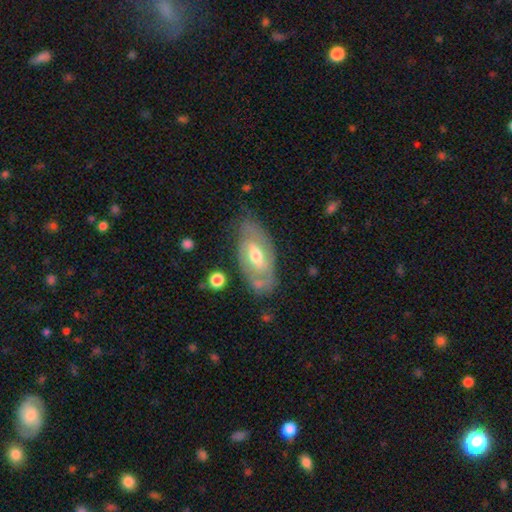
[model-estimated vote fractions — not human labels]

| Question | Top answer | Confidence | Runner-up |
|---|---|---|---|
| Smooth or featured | featured or disk | 66% | smooth (28%) |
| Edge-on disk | no | 89% | yes (11%) |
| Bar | weak | 45% | no (32%) |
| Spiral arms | yes | 65% | no (35%) |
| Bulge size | moderate | 69% | small (23%) |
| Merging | none | 65% | minor disturbance (23%) |